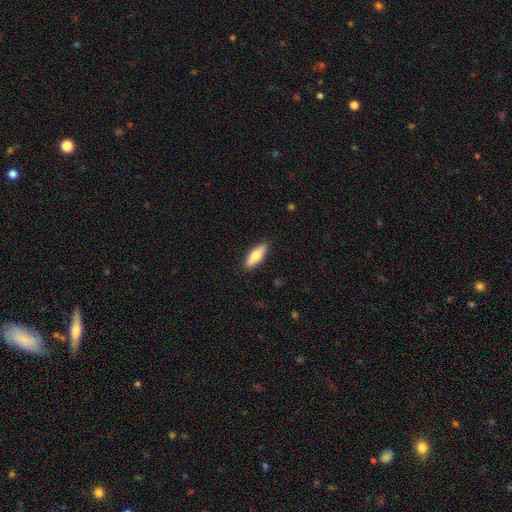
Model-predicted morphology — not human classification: smooth_or_featured: smooth (p=0.66) [alt: featured or disk p=0.29]
how_rounded: in between (p=0.54) [alt: cigar-shaped p=0.44]
merging: none (p=0.89) [alt: minor disturbance p=0.08]